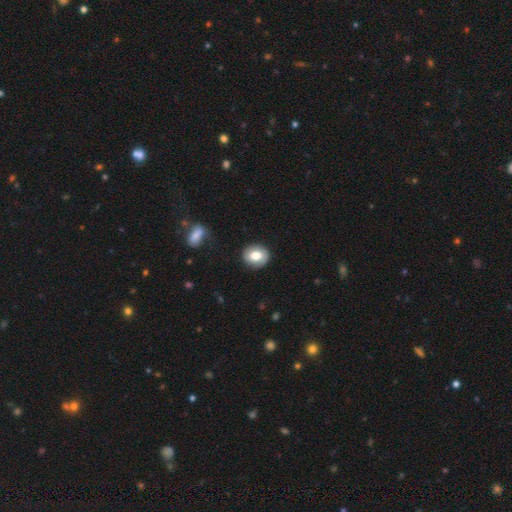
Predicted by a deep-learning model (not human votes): Smooth or featured?
  - smooth: 70% *
  - featured or disk: 23%
  - star or artifact: 8%
How rounded?
  - round: 72% *
  - in between: 27%
  - cigar-shaped: 1%
Merging?
  - none: 84% *
  - minor disturbance: 12%
  - major disturbance: 3%
  - merger: 1%